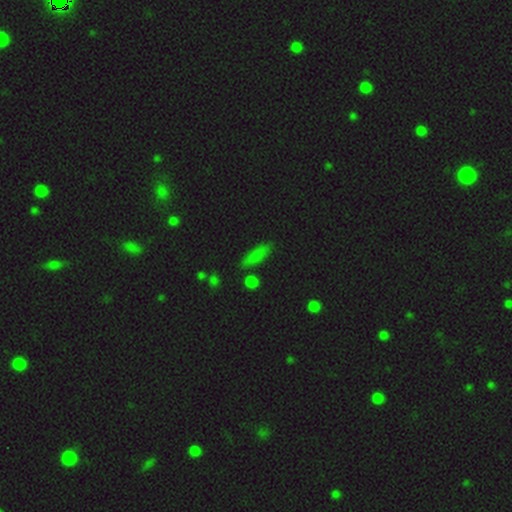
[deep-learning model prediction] This is likely a smooth galaxy (73%). How rounded: possibly in between (52%). Merging: likely none (77%).